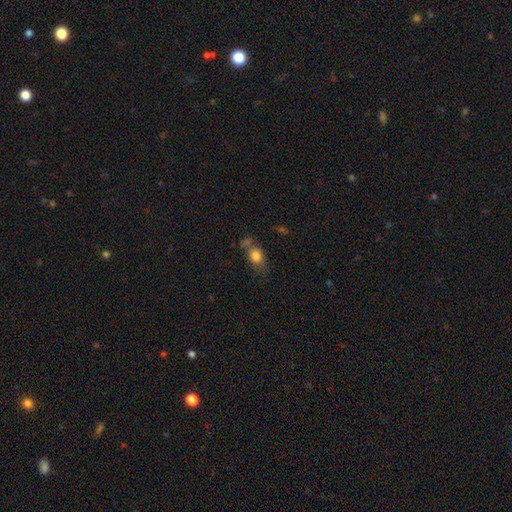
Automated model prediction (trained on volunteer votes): Smooth or featured: smooth — 80% (featured or disk — 11%)
How rounded: in between — 72% (round — 25%)
Merging: none — 45% (minor disturbance — 22%)